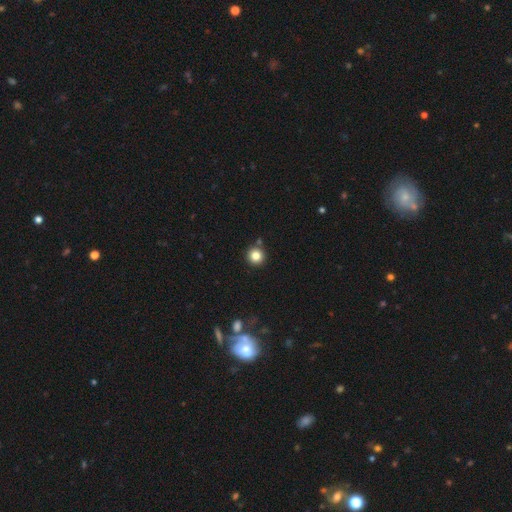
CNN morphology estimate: A smooth galaxy with no disk features (82%) that is round (95%). Merging: none (86%).